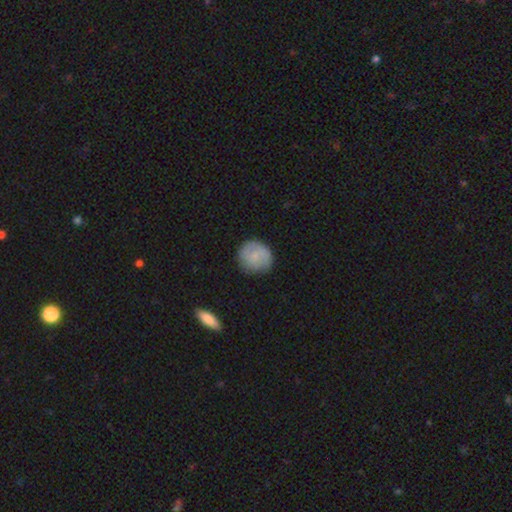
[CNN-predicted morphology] Overall: smooth (69%). How rounded: round (89%). Merging: none (82%).